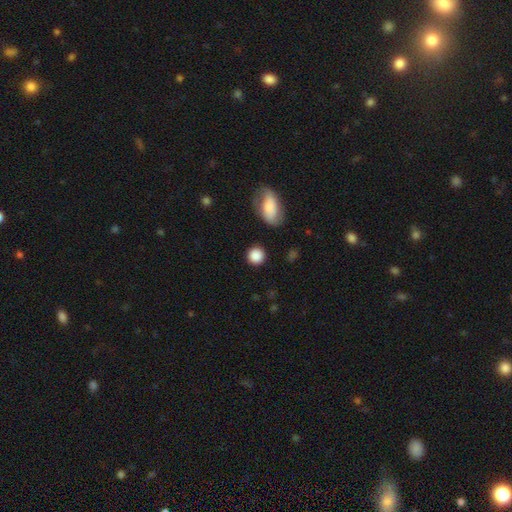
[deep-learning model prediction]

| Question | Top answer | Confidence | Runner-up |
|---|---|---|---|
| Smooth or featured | smooth | 88% | star or artifact (8%) |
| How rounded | round | 89% | in between (10%) |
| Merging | none | 85% | minor disturbance (8%) |